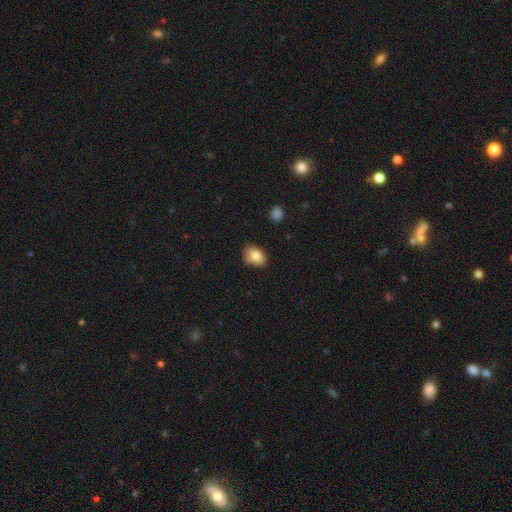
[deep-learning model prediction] Smooth or featured: smooth — 81% (featured or disk — 10%)
How rounded: in between — 74% (round — 25%)
Merging: none — 72% (minor disturbance — 22%)